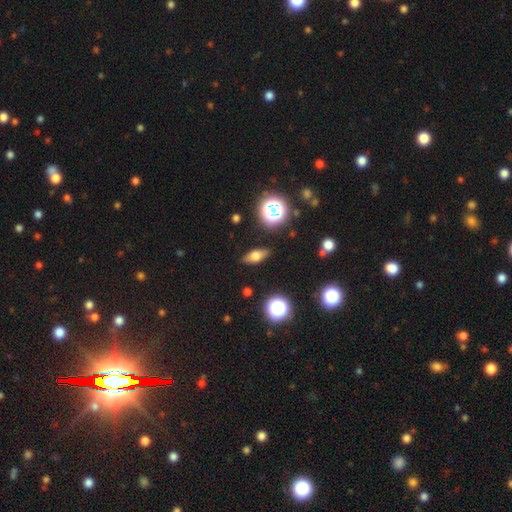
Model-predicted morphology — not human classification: A smooth galaxy with no disk features (60%) that is in between round and cigar-shaped (65%).

Vote fractions:
- Smooth or featured? smooth: 60% / featured or disk: 27% / star or artifact: 13%
- How rounded? in between: 65% / cigar-shaped: 25% / round: 10%
- Merging? none: 87% / minor disturbance: 9% / major disturbance: 2% / merger: 2%